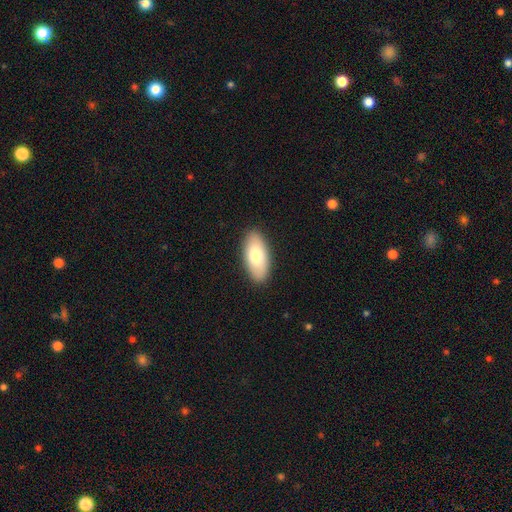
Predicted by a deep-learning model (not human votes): smooth 74%, featured or disk 20%, star or artifact 6%. Down the decision tree: how rounded — in between (92%); merging — none (88%).